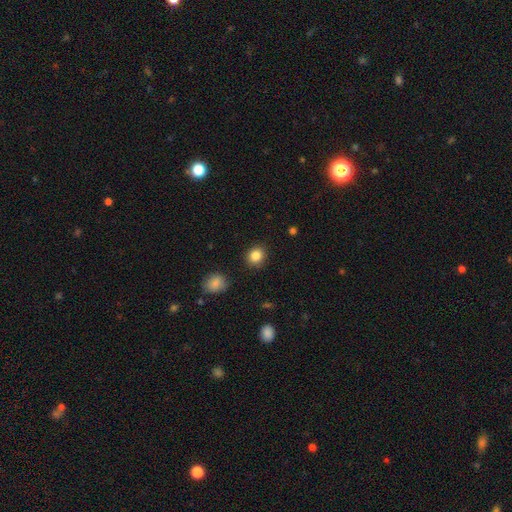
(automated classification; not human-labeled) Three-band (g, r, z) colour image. It shows a smooth galaxy with no disk features (85%) that is round (79%). Merging: none (89%).